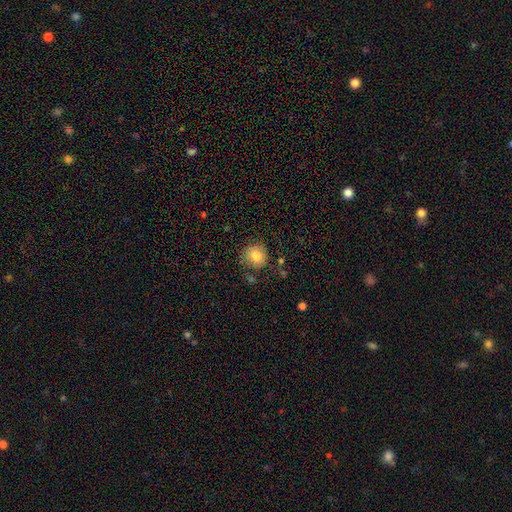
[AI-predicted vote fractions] Q: Smooth or featured?
A: smooth (83%); runner-up: star or artifact (10%)
Q: How rounded?
A: round (83%); runner-up: in between (16%)
Q: Merging?
A: none (77%); runner-up: minor disturbance (15%)